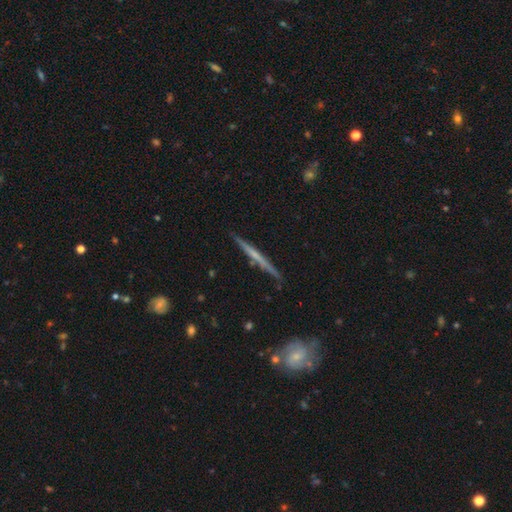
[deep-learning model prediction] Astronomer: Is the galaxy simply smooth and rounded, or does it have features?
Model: featured or disk — 62%.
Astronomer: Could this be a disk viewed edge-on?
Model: yes — 98%.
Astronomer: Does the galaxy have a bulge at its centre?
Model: none — 76%.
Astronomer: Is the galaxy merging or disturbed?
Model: none — 87%.